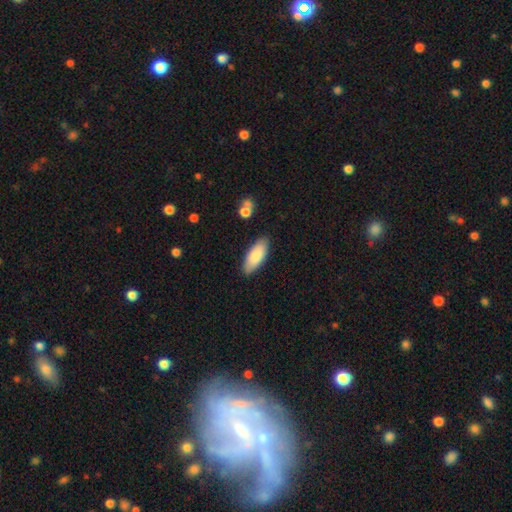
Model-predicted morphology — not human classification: type=smooth (84%); roundness=in between (79%); merging=none (85%).